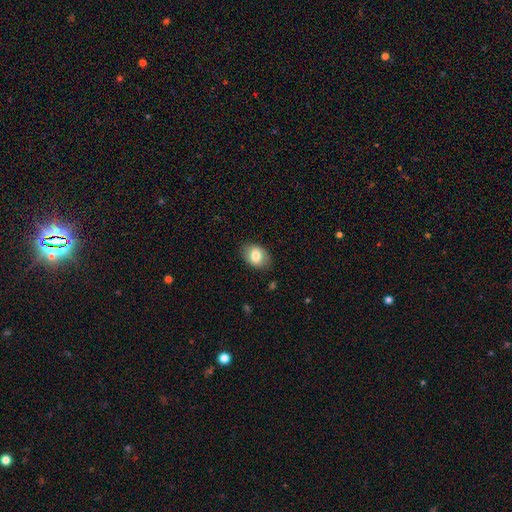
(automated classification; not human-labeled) smooth 79%, featured or disk 13%, star or artifact 8%. Down the decision tree: how rounded — in between (76%); merging — none (83%).